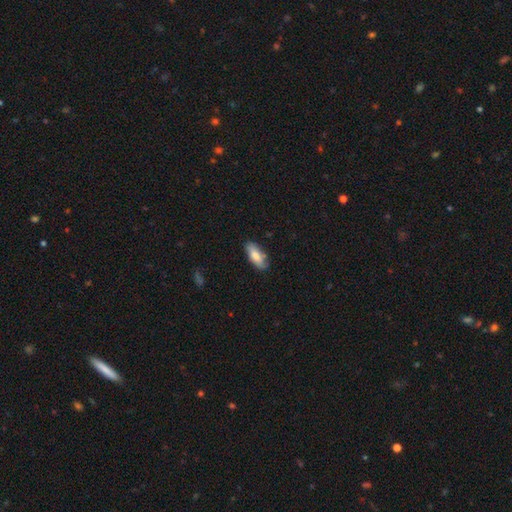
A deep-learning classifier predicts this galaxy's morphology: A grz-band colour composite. It shows a smooth galaxy with no disk features (75%) that is in between round and cigar-shaped (79%). Merging: none (75%).